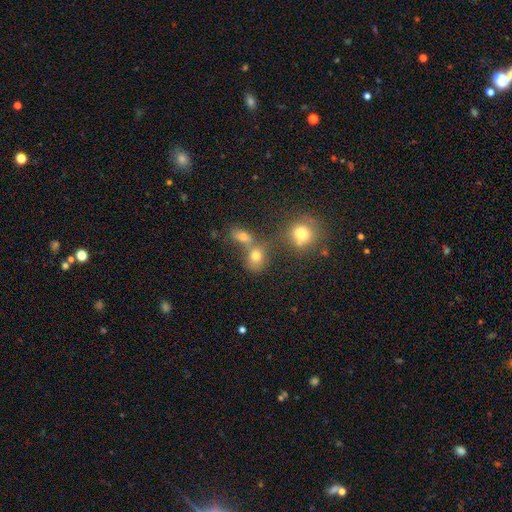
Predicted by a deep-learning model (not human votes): Morphology: type=smooth (71%); roundness=round (60%); merging=merger (45%).